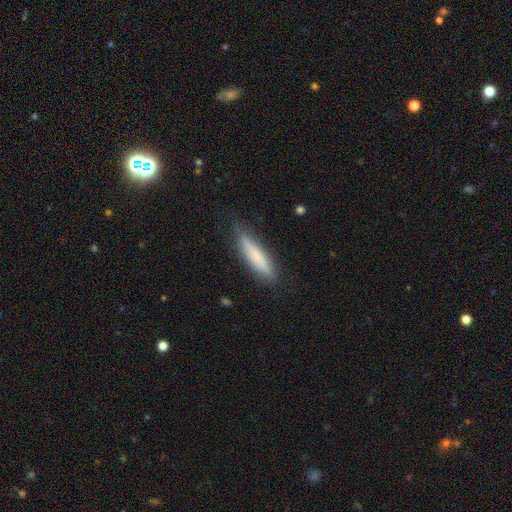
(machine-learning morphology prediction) smooth-or-featured: smooth: 75% | featured or disk: 18% | star or artifact: 7%
  how-rounded: cigar-shaped: 84% | in between: 15% | round: 1%
  merging: none: 83% | minor disturbance: 13% | major disturbance: 3% | merger: 1%